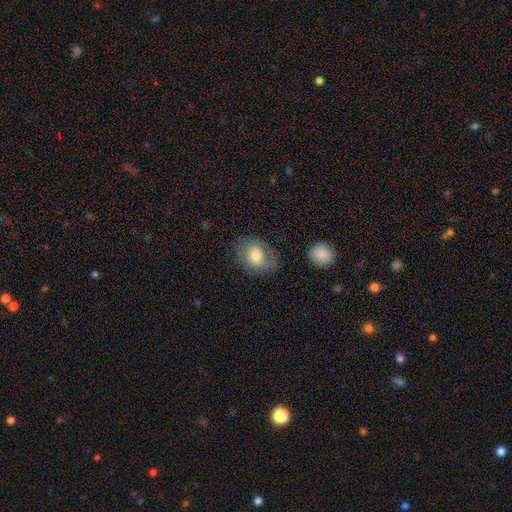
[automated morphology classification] A smooth galaxy with no disk features (69%) that is in between round and cigar-shaped (62%). Merging: none (62%).